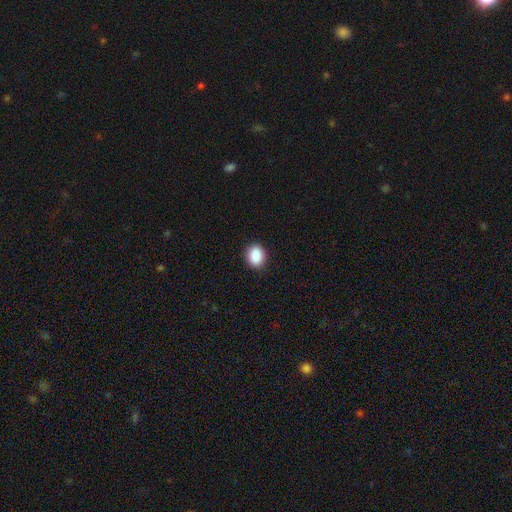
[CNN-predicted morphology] The model was most divided on "how rounded": round: 52%, in between: 47%, cigar-shaped: 1%. More confident: merging — none (91%); smooth or featured — smooth (89%).